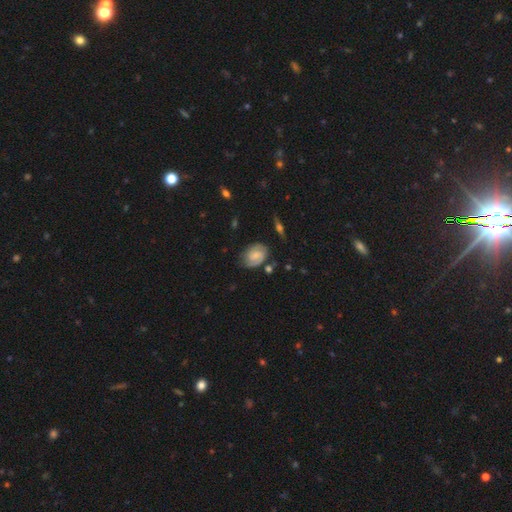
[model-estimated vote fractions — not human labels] featured or disk 63%, smooth 30%, star or artifact 7%. Down the decision tree: edge-on disk — no (96%); bar — weak (45%); spiral arms — yes (91%); spiral arm count — 2 (71%); spiral winding — tight (49%); bulge size — small (36%); merging — none (70%).